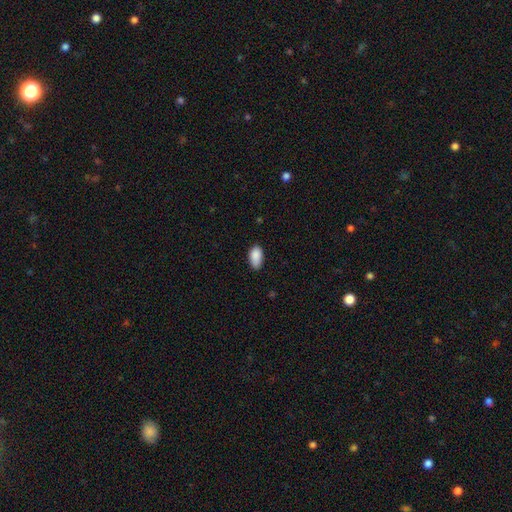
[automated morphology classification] Smooth or featured: smooth — 89% (star or artifact — 7%)
How rounded: in between — 94% (round — 3%)
Merging: none — 76% (minor disturbance — 20%)